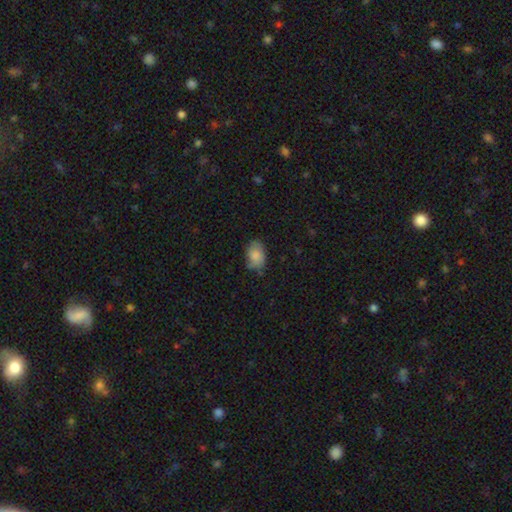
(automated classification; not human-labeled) Smooth or featured? smooth (78%)
How rounded? in between (85%)
Merging? none (62%)